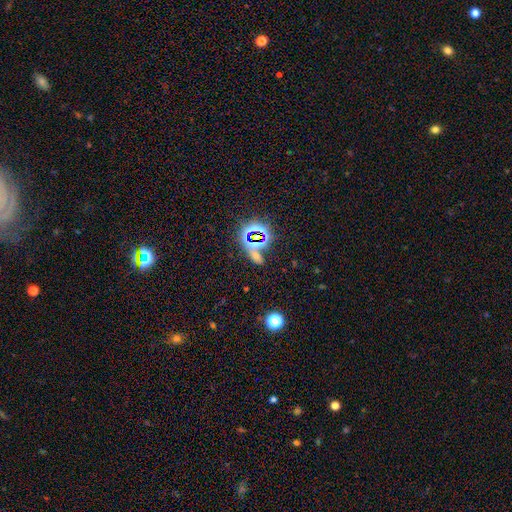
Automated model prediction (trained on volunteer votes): This is possibly a star or artifact rather than a galaxy (54%).